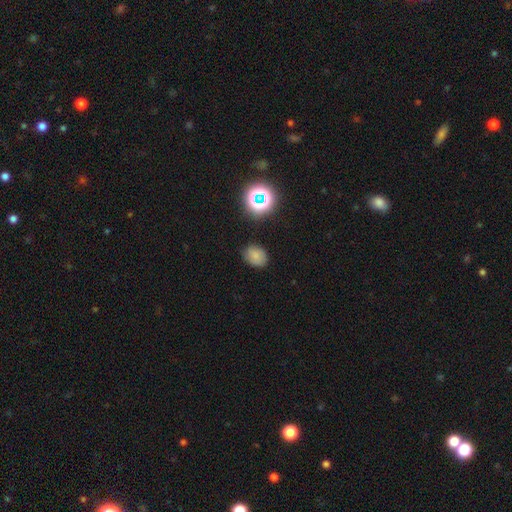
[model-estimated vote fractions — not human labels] Q: Smooth or featured?
A: smooth (73%); runner-up: star or artifact (17%)
Q: How rounded?
A: in between (59%); runner-up: round (40%)
Q: Merging?
A: none (79%); runner-up: minor disturbance (15%)